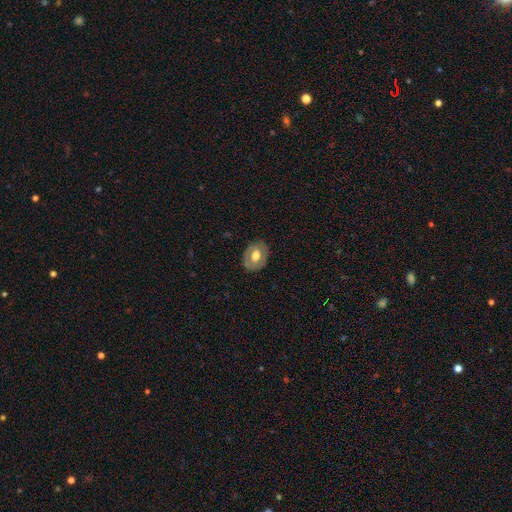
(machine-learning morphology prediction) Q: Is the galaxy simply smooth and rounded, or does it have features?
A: smooth — 53%.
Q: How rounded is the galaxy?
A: in between — 52%.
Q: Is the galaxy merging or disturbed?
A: none — 83%.